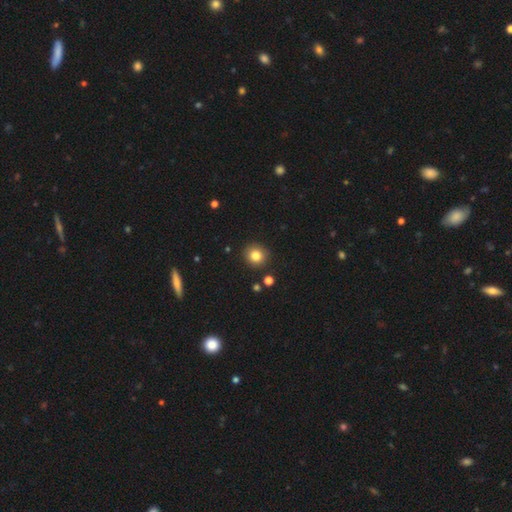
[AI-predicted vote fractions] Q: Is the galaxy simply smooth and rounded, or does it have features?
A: smooth — 82%.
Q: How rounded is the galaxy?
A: round — 91%.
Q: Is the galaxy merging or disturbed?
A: none — 90%.